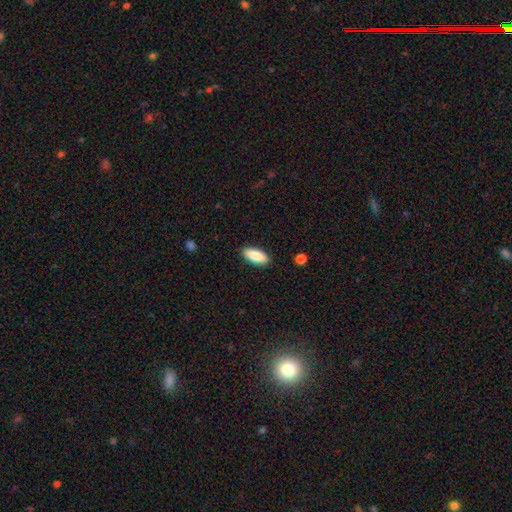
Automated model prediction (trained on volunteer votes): A smooth galaxy with no disk features (85%) that is in between round and cigar-shaped (82%).

Vote fractions:
- Smooth or featured? smooth: 85% / featured or disk: 9% / star or artifact: 6%
- How rounded? in between: 82% / cigar-shaped: 16% / round: 2%
- Merging? none: 89% / minor disturbance: 8% / major disturbance: 2% / merger: 1%